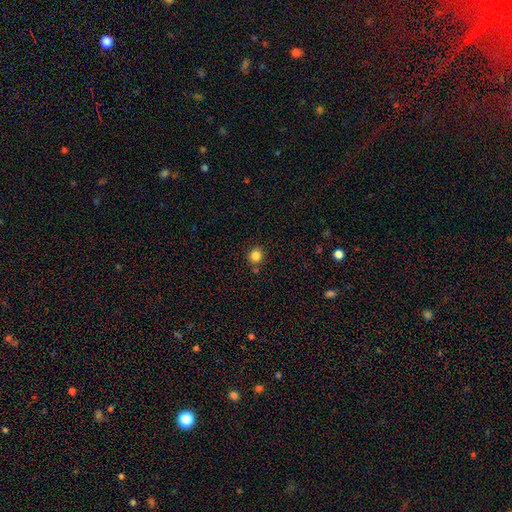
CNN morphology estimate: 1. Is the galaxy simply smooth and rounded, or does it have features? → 84% smooth, 12% star or artifact, 5% featured or disk.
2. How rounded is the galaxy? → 90% round, 9% in between, 1% cigar-shaped.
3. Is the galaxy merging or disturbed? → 84% none, 8% minor disturbance, 5% merger, 2% major disturbance.